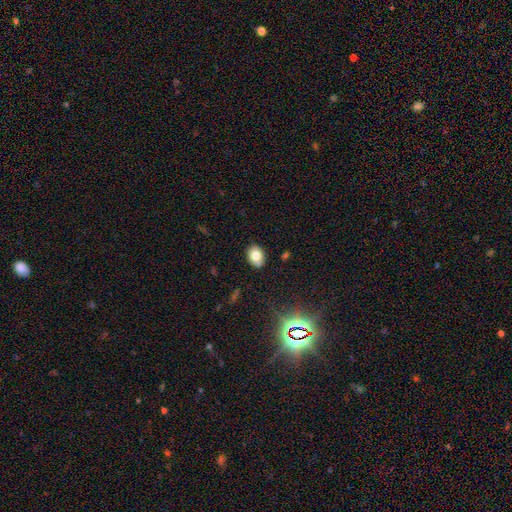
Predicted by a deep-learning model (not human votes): smooth-or-featured: smooth: 77% | featured or disk: 12% | star or artifact: 11%
  how-rounded: in between: 65% | round: 33% | cigar-shaped: 1%
  merging: none: 83% | minor disturbance: 12% | merger: 3% | major disturbance: 2%